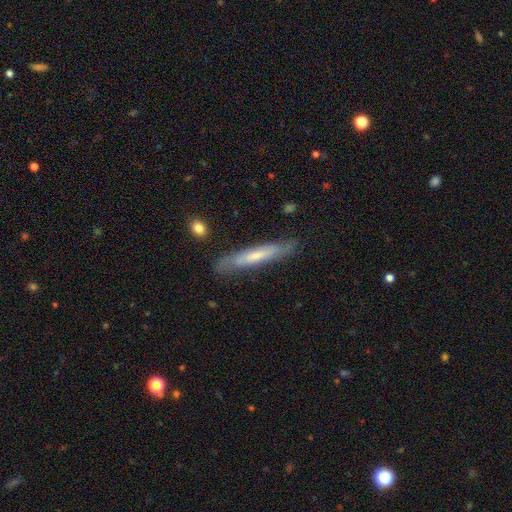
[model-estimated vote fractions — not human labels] smooth_or_featured: smooth (p=0.50) [alt: featured or disk p=0.44]
merging: none (p=0.79) [alt: minor disturbance p=0.16]